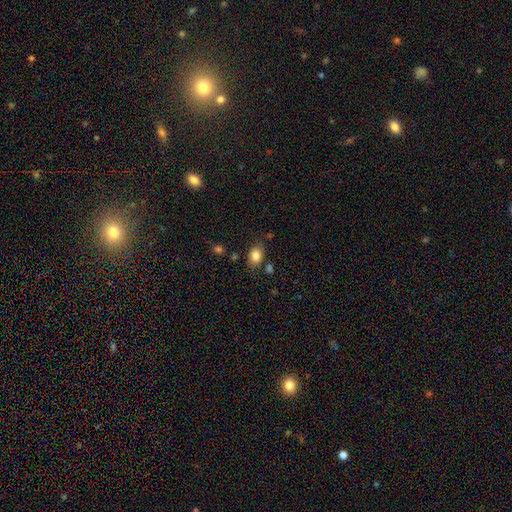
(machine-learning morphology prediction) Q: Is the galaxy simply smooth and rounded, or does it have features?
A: smooth — 83%.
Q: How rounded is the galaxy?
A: in between — 75%.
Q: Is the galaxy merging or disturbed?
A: none — 77%.